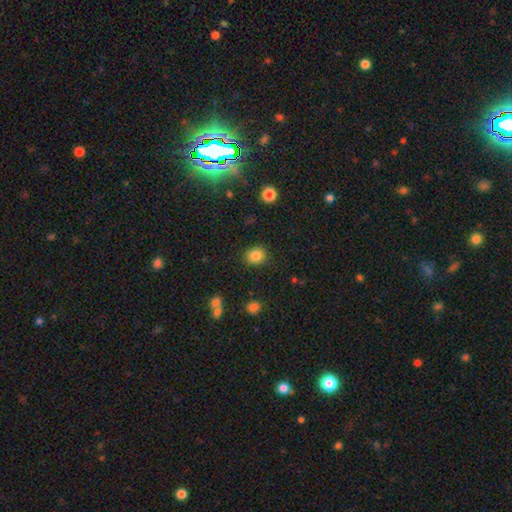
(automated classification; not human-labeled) Morphology: type=smooth (84%); roundness=round (70%); merging=none (87%).